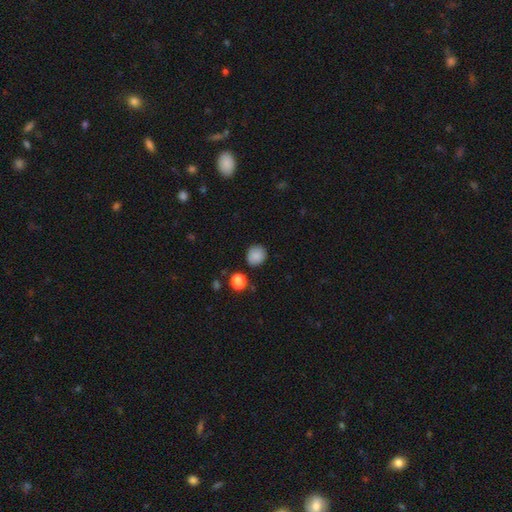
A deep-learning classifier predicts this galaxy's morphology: A smooth galaxy with no disk features (86%) that is round (79%).

Vote fractions:
- Smooth or featured? smooth: 86% / star or artifact: 10% / featured or disk: 4%
- How rounded? round: 79% / in between: 21% / cigar-shaped: 1%
- Merging? none: 83% / minor disturbance: 12% / major disturbance: 3% / merger: 3%